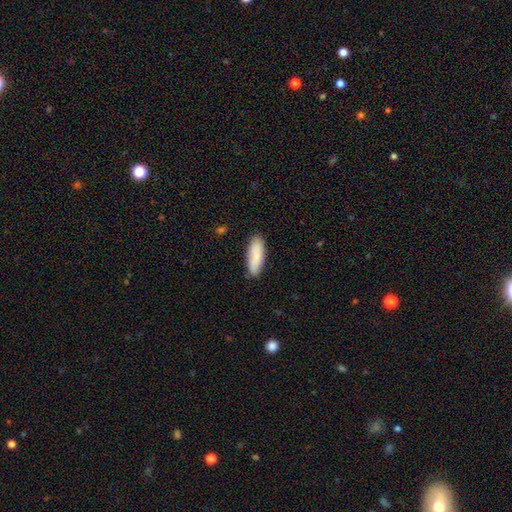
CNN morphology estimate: This is clearly a smooth galaxy (85%). How rounded: possibly in between (60%). Merging: clearly none (86%).